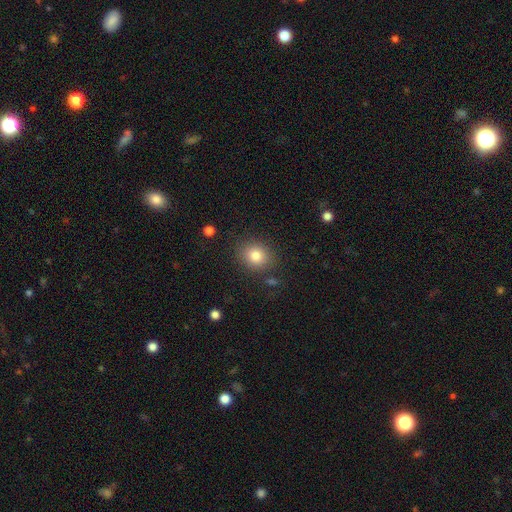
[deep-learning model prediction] A smooth galaxy with no disk features (82%) that is round (68%).

Vote fractions:
- Smooth or featured? smooth: 82% / star or artifact: 10% / featured or disk: 7%
- How rounded? round: 68% / in between: 31% / cigar-shaped: 1%
- Merging? none: 84% / minor disturbance: 10% / major disturbance: 3% / merger: 3%